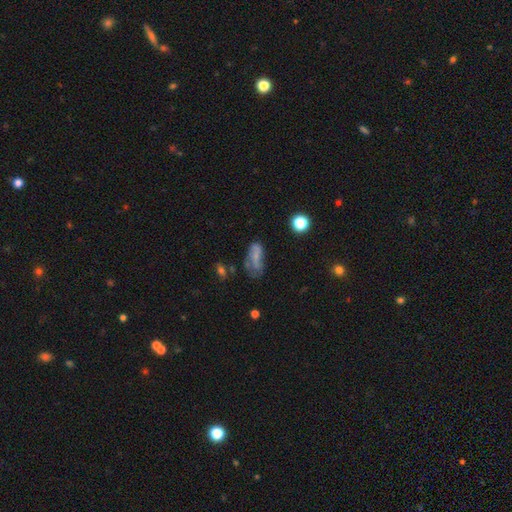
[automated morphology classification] Overall: smooth (52%; featured or disk 36%). How rounded: in between (80%). Merging: none (36%; minor disturbance 29%).